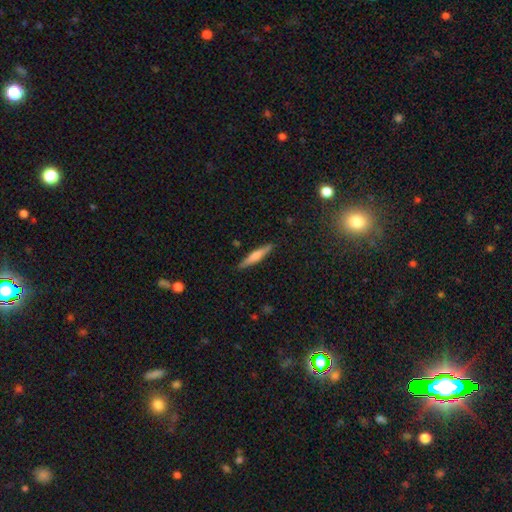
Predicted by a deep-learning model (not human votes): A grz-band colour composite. It shows a smooth galaxy with no disk features (51%) that is cigar-shaped (90%). Merging: none (89%).